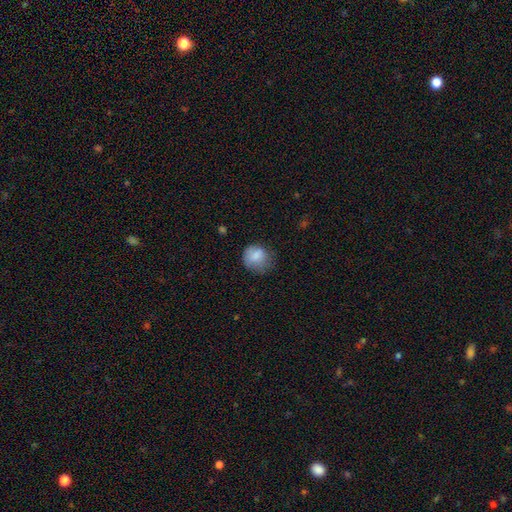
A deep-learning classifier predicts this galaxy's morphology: Smooth or featured? Predicted: smooth (p=0.80). How rounded? Predicted: round (p=0.72). Merging? Predicted: none (p=0.54).